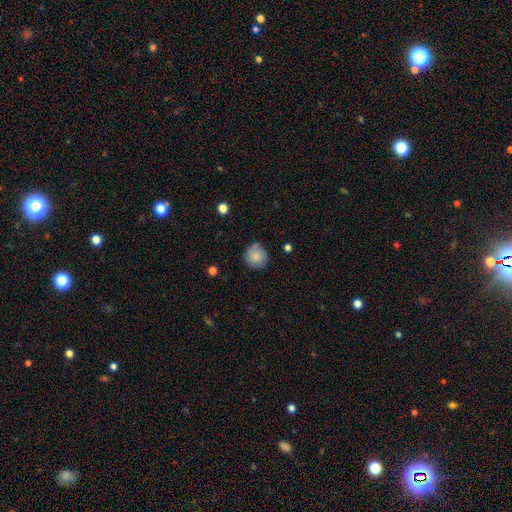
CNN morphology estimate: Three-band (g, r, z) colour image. It shows a smooth galaxy with no disk features (81%) that is round (89%). Merging: none (74%).